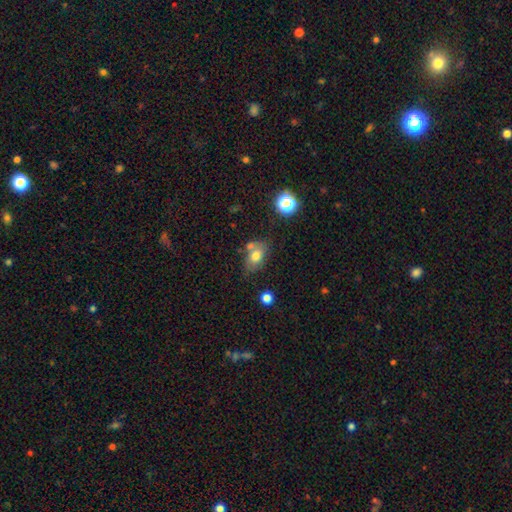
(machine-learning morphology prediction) Smooth or featured? Predicted: smooth (p=0.71). How rounded? Predicted: in between (p=0.76). Merging? Predicted: none (p=0.50).